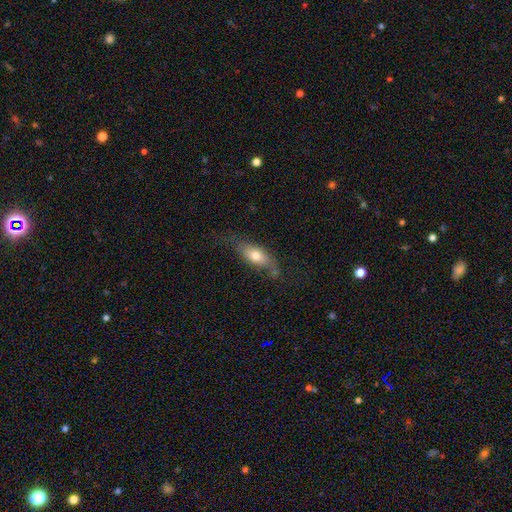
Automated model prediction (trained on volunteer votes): smooth_or_featured: smooth (p=0.67) [alt: featured or disk p=0.26]
how_rounded: in between (p=0.77) [alt: cigar-shaped p=0.18]
merging: none (p=0.53) [alt: minor disturbance p=0.28]